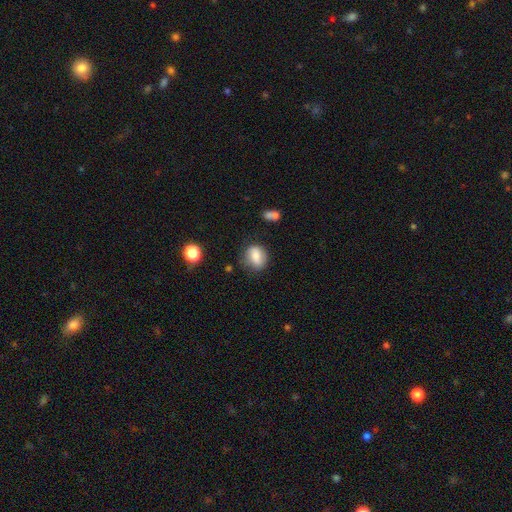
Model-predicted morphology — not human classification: smooth_or_featured: smooth (p=0.78) [alt: featured or disk p=0.13]
how_rounded: round (p=0.51) [alt: in between p=0.48]
merging: none (p=0.69) [alt: minor disturbance p=0.21]